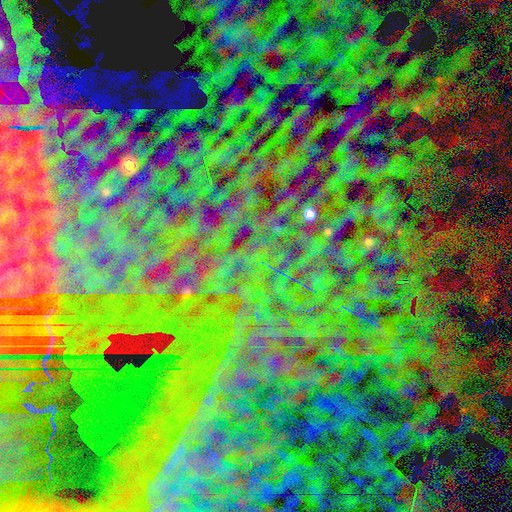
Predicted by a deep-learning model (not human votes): A star or artifact, not a galaxy (86%).

Vote fractions:
- Smooth or featured? star or artifact: 86% / smooth: 8% / featured or disk: 7%